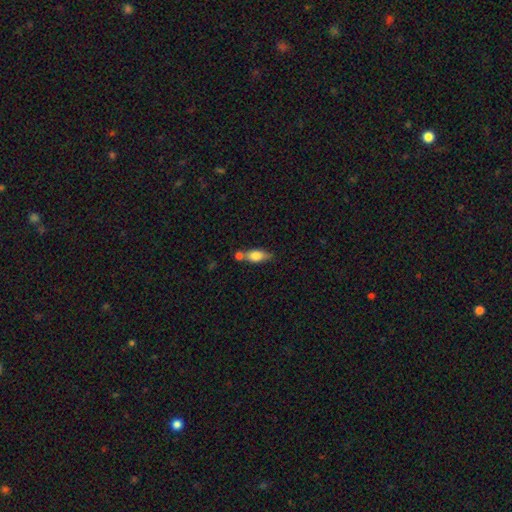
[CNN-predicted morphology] Overall: smooth (72%). How rounded: in between (74%). Merging: none (42%; merger 37%).